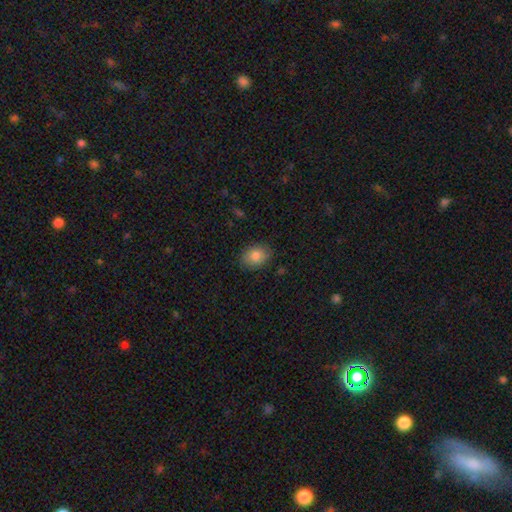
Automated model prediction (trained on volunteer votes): Morphology: type=smooth (83%); roundness=in between (67%); merging=none (85%).